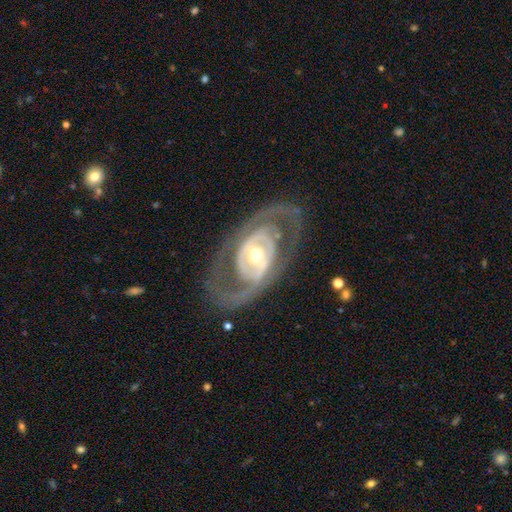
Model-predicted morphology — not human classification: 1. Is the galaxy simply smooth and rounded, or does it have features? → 83% featured or disk, 12% smooth, 4% star or artifact.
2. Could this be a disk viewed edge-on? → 93% no, 7% yes.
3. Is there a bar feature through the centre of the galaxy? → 54% no, 28% weak, 18% strong.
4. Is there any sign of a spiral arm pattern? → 61% yes, 39% no.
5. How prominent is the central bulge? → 69% moderate, 19% small, 10% large, 1% dominant, 1% none.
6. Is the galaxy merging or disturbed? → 74% none, 13% minor disturbance, 12% major disturbance, 1% merger.